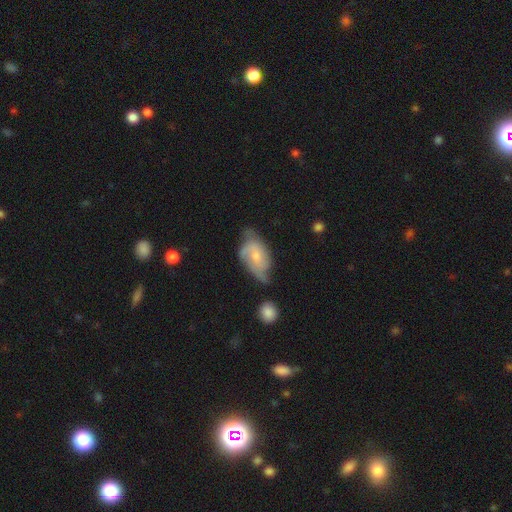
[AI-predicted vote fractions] Q: Smooth or featured?
A: featured or disk (61%); runner-up: smooth (33%)
Q: Edge-on disk?
A: no (95%); runner-up: yes (5%)
Q: Bar?
A: no (62%); runner-up: weak (32%)
Q: Spiral arms?
A: yes (84%); runner-up: no (16%)
Q: Bulge size?
A: small (53%); runner-up: moderate (38%)
Q: Merging?
A: none (37%); runner-up: minor disturbance (36%)